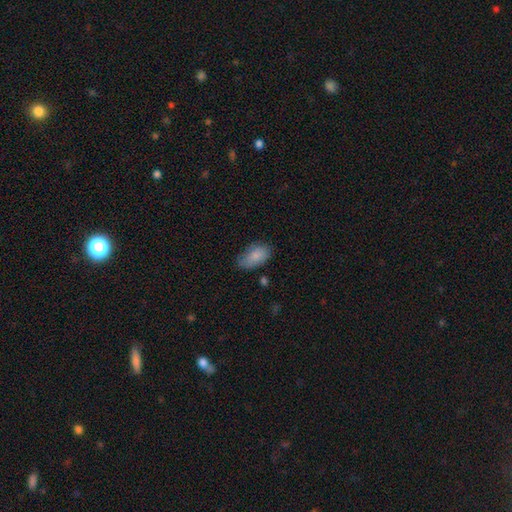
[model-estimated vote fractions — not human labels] Smooth or featured: smooth — 84% (featured or disk — 9%)
How rounded: in between — 93% (round — 5%)
Merging: none — 67% (minor disturbance — 25%)